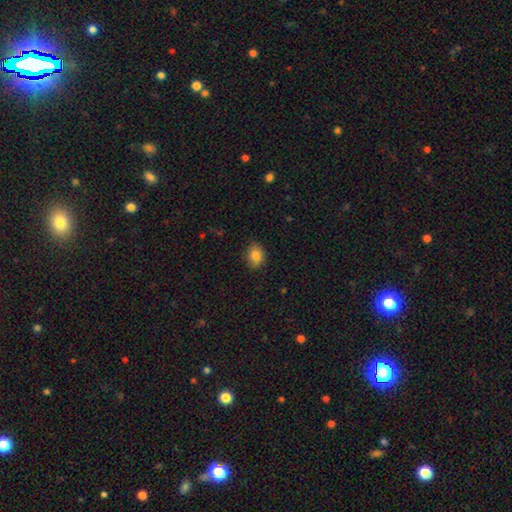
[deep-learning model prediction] This is clearly a smooth galaxy (81%). How rounded: possibly in between (50%). Merging: clearly none (82%).